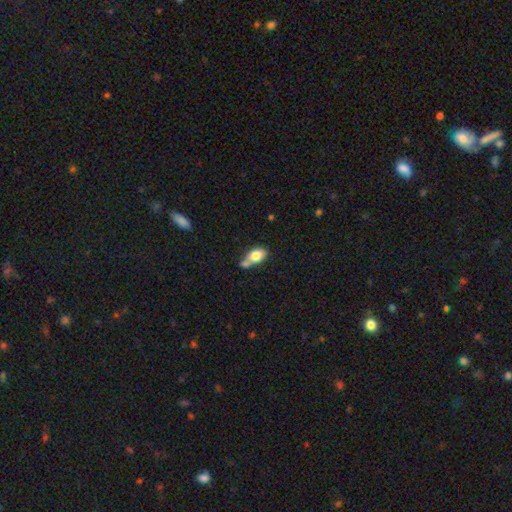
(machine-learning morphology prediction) Smooth or featured? smooth (78%)
How rounded? in between (83%)
Merging? merger (43%)